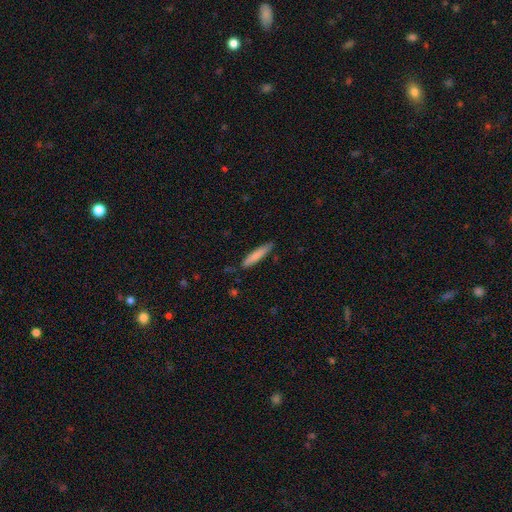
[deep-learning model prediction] Overall: smooth (81%). How rounded: cigar-shaped (89%). Merging: none (84%).